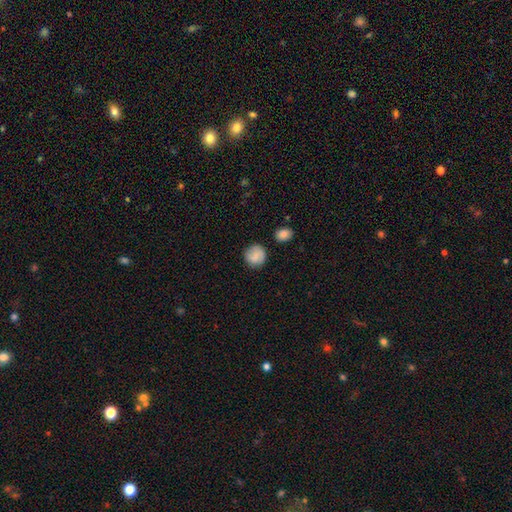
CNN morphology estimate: Smooth or featured? Predicted: smooth (p=0.79). How rounded? Predicted: round (p=0.88). Merging? Predicted: none (p=0.79).